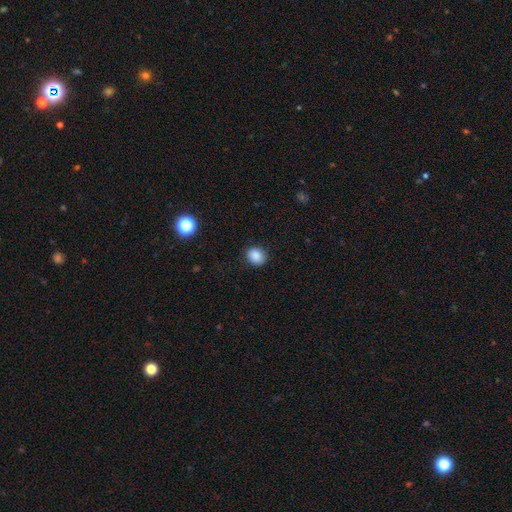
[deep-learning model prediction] smooth-or-featured: smooth: 87% | star or artifact: 10% | featured or disk: 4%
  how-rounded: round: 67% | in between: 32% | cigar-shaped: 1%
  merging: none: 88% | minor disturbance: 8% | major disturbance: 2% | merger: 1%